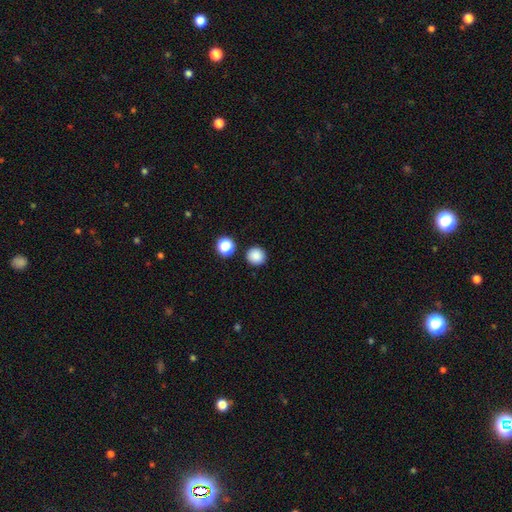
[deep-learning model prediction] This appears to be a smooth galaxy with no disk features (86%) that is round (93%). Merging: none (89%).